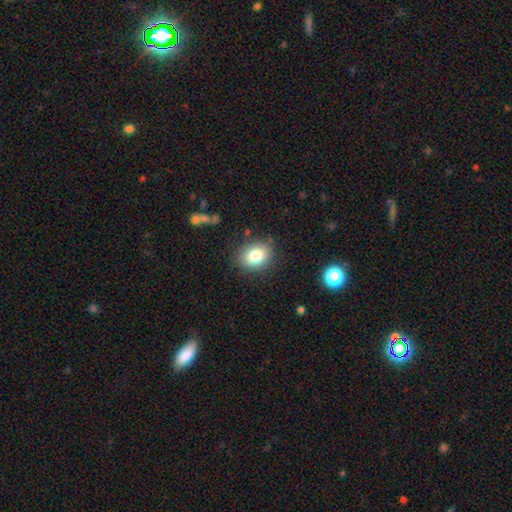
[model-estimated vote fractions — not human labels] A smooth galaxy with no disk features (80%) that is in between round and cigar-shaped (56%).

Vote fractions:
- Smooth or featured? smooth: 80% / star or artifact: 10% / featured or disk: 10%
- How rounded? in between: 56% / round: 43% / cigar-shaped: 1%
- Merging? none: 83% / minor disturbance: 12% / major disturbance: 3% / merger: 2%